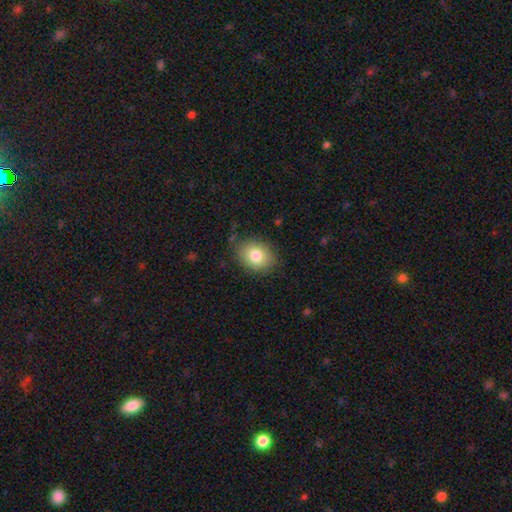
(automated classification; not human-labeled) Q: Smooth or featured?
A: smooth (81%); runner-up: featured or disk (11%)
Q: How rounded?
A: in between (54%); runner-up: round (45%)
Q: Merging?
A: none (83%); runner-up: minor disturbance (12%)